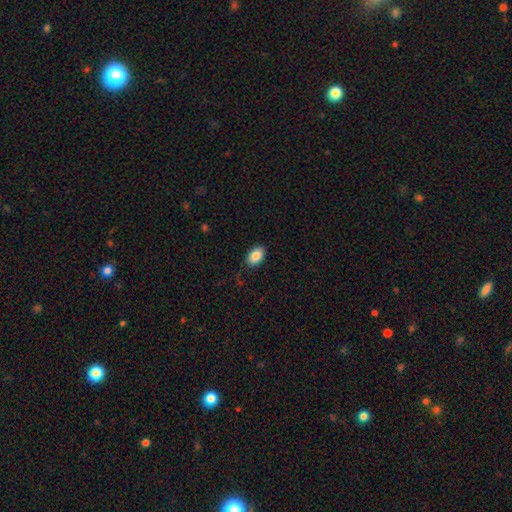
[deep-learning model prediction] A smooth galaxy with no disk features (87%) that is in between round and cigar-shaped (91%).

Vote fractions:
- Smooth or featured? smooth: 87% / star or artifact: 7% / featured or disk: 6%
- How rounded? in between: 91% / round: 8% / cigar-shaped: 1%
- Merging? none: 86% / minor disturbance: 10% / major disturbance: 2% / merger: 1%